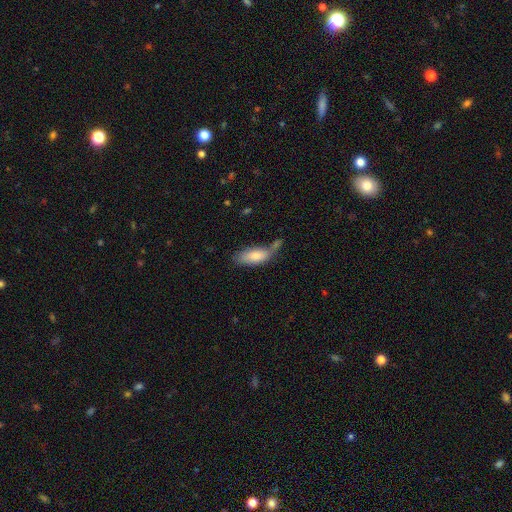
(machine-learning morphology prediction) Smooth or featured? smooth (79%)
How rounded? in between (81%)
Merging? none (43%)